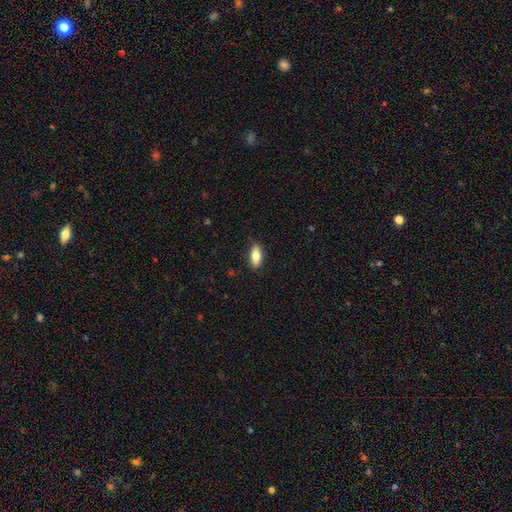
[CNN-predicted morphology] smooth_or_featured: smooth (p=0.79) [alt: featured or disk p=0.15]
how_rounded: in between (p=0.83) [alt: cigar-shaped p=0.14]
merging: none (p=0.87) [alt: minor disturbance p=0.10]